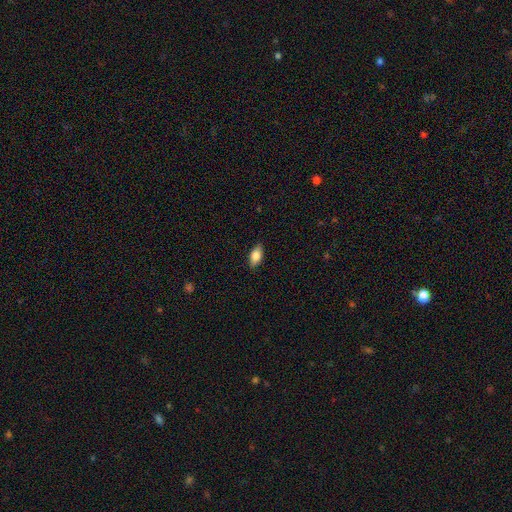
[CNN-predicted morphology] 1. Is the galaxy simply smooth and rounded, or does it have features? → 79% smooth, 14% featured or disk, 7% star or artifact.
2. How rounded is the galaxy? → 87% in between, 9% cigar-shaped, 4% round.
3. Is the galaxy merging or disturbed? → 86% none, 11% minor disturbance, 2% major disturbance, 1% merger.